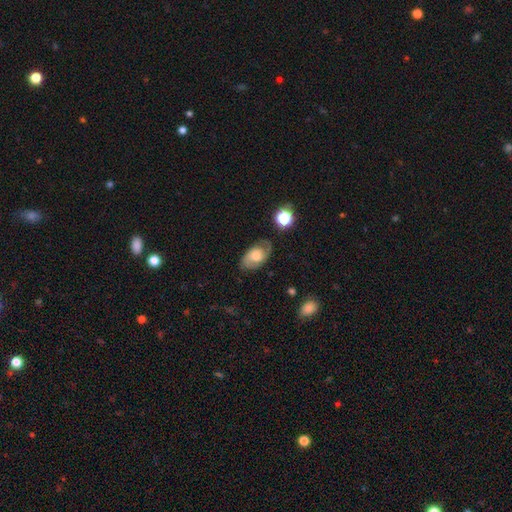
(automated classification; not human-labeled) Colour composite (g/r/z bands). It shows a featured or disk galaxy (62%) with no bar (65%), 2 (83%) medium (48%) spiral arms (88%) and a moderate central bulge (35%). Merging: none (73%).